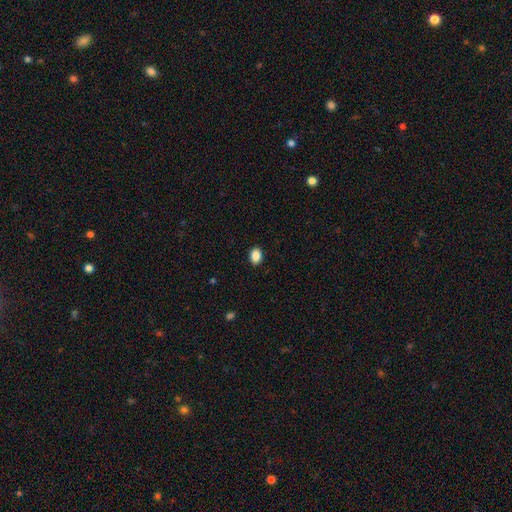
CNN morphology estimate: type=smooth (89%); roundness=in between (70%); merging=none (90%).